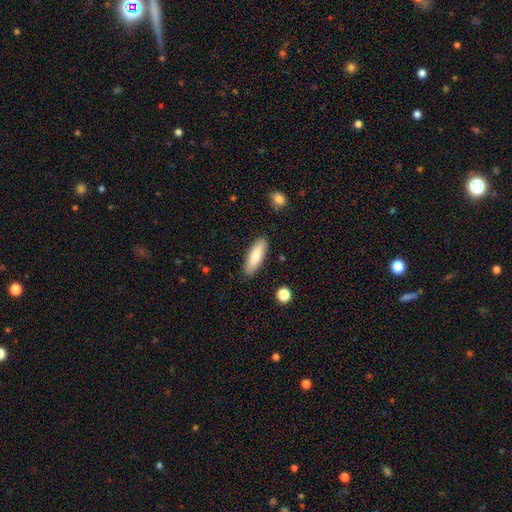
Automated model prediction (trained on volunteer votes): Smooth or featured?
  - smooth: 77% *
  - featured or disk: 17%
  - star or artifact: 6%
How rounded?
  - in between: 51% *
  - cigar-shaped: 47%
  - round: 2%
Merging?
  - none: 88% *
  - minor disturbance: 9%
  - major disturbance: 2%
  - merger: 1%